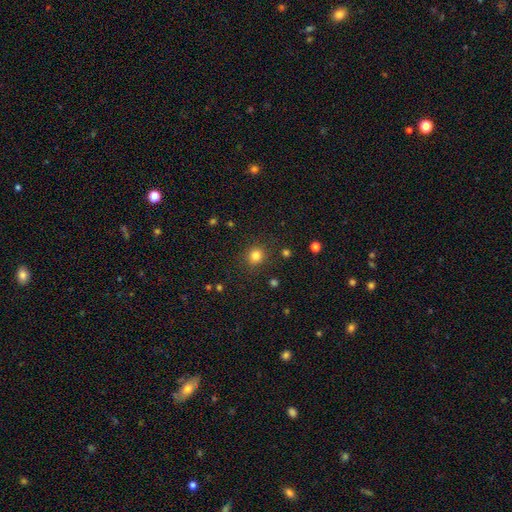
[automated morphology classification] Smooth or featured? Predicted: smooth (p=0.82). How rounded? Predicted: round (p=0.88). Merging? Predicted: none (p=0.88).